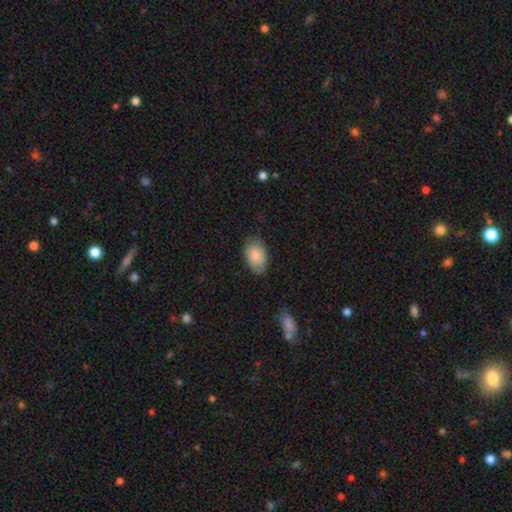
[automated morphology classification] Overall: smooth (84%). How rounded: in between (91%). Merging: none (74%).